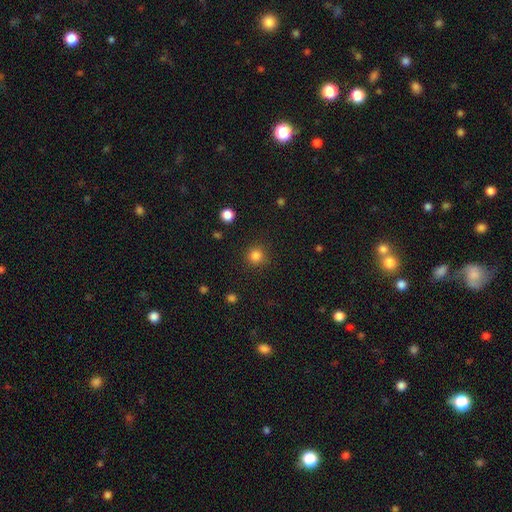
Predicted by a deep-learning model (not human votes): Smooth or featured?
  - smooth: 84% *
  - star or artifact: 12%
  - featured or disk: 4%
How rounded?
  - round: 94% *
  - in between: 5%
  - cigar-shaped: 1%
Merging?
  - none: 89% *
  - minor disturbance: 7%
  - major disturbance: 3%
  - merger: 1%